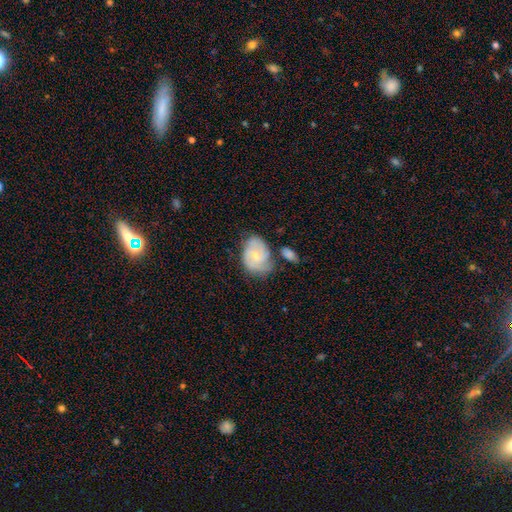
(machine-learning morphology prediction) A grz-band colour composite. It shows a featured or disk galaxy (58%) with no bar (65%), spiral arms (83%) and a small central bulge (65%). Merging: none (49%).